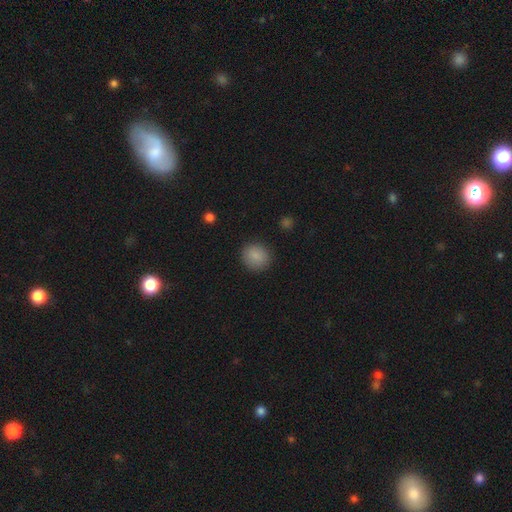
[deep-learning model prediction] Overall: smooth (87%). How rounded: round (83%). Merging: none (88%).